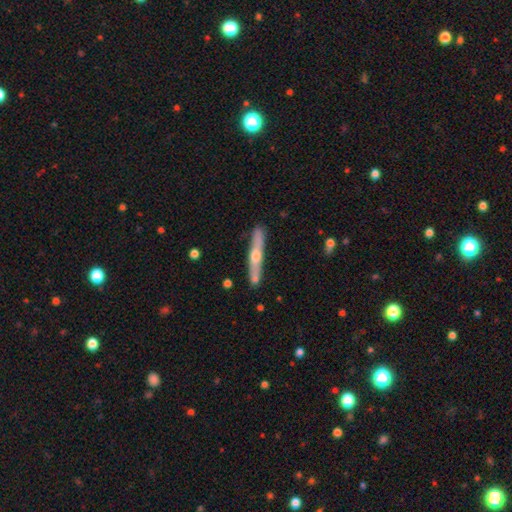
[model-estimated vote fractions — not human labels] smooth-or-featured: featured or disk: 60% | smooth: 34% | star or artifact: 5%
  disk-edge-on: yes: 94% | no: 6%
    edge-on-bulge: rounded: 88% | none: 8% | boxy: 4%
  merging: none: 85% | minor disturbance: 10% | merger: 3% | major disturbance: 2%